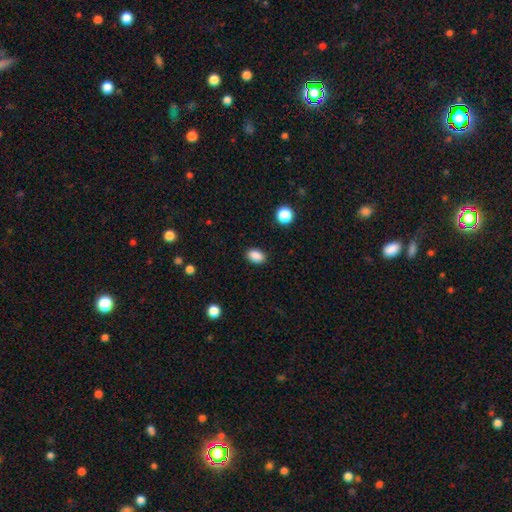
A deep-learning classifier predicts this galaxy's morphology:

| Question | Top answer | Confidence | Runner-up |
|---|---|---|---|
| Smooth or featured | smooth | 88% | star or artifact (9%) |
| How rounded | in between | 81% | round (18%) |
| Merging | none | 88% | minor disturbance (8%) |